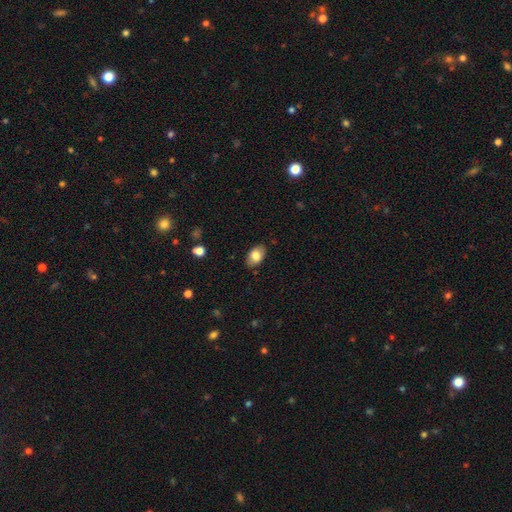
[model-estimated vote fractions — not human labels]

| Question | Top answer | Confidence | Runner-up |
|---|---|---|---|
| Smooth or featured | smooth | 81% | featured or disk (12%) |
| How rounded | in between | 89% | round (10%) |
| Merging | none | 85% | minor disturbance (11%) |